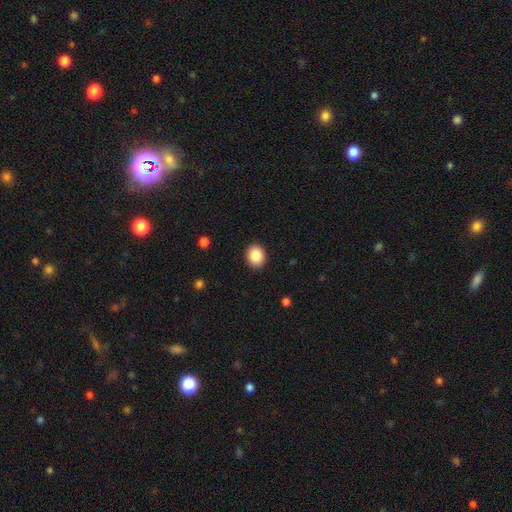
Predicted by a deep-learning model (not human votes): Smooth or featured: smooth — 87% (star or artifact — 8%)
How rounded: round — 59% (in between — 40%)
Merging: none — 90% (minor disturbance — 7%)